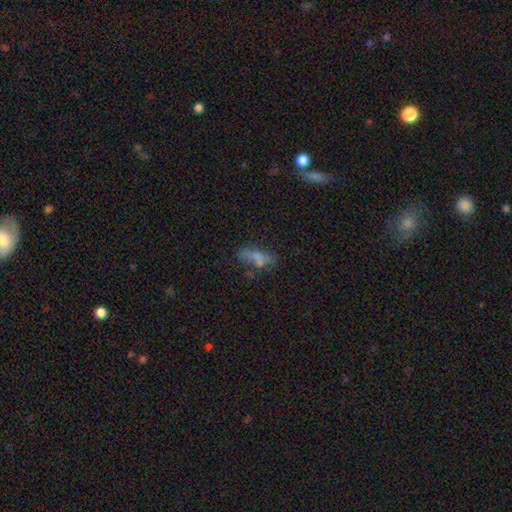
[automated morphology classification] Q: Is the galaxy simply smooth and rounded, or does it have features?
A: smooth — 55%.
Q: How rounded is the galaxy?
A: in between — 59%.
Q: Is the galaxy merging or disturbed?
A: none — 48%.